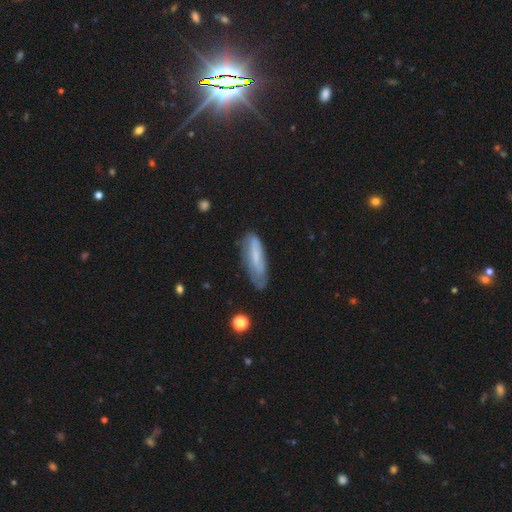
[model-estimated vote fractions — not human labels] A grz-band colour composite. It shows a smooth galaxy with no disk features (58%) that is cigar-shaped (54%). Merging: none (58%).